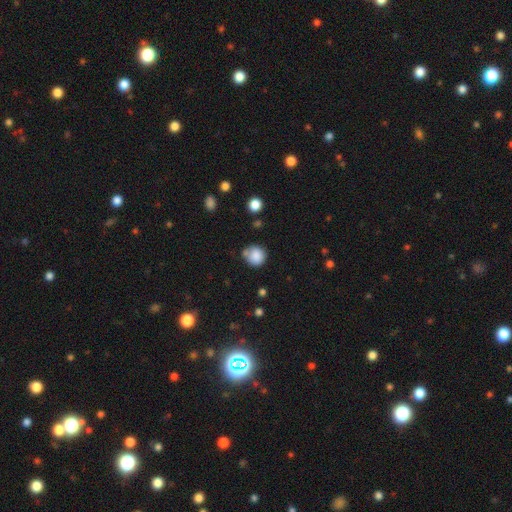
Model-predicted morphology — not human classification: Smooth or featured? Predicted: smooth (p=0.84). How rounded? Predicted: round (p=0.88). Merging? Predicted: none (p=0.62).